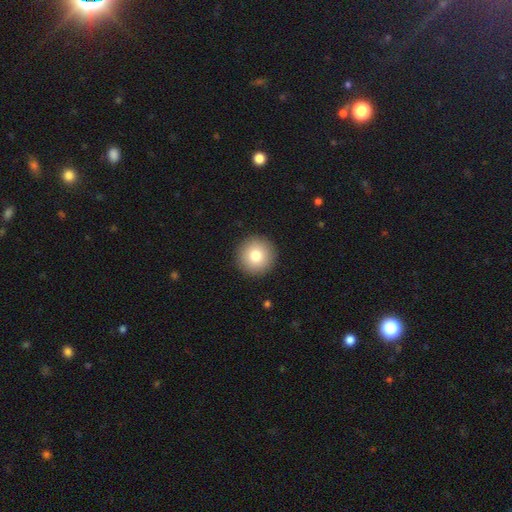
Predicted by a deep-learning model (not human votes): This is likely a smooth galaxy (79%). How rounded: clearly round (96%). Merging: clearly none (93%).